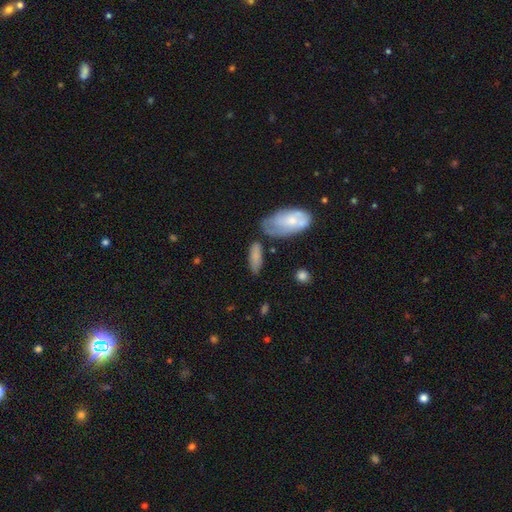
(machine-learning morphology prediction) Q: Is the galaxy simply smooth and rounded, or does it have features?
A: smooth — 76%.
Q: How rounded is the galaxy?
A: in between — 65%.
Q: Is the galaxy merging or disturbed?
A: none — 61%.